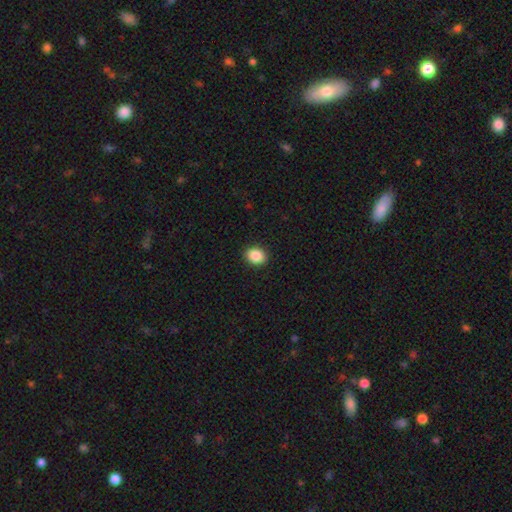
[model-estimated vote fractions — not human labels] Morphology: type=smooth (88%); roundness=in between (52%); merging=none (91%).